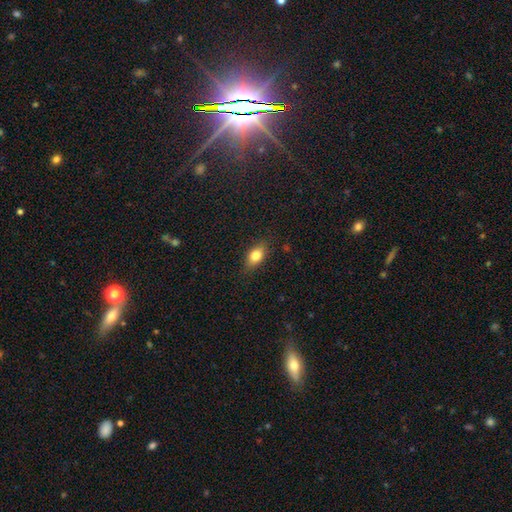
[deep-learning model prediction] Smooth or featured?
  - smooth: 78% *
  - featured or disk: 13%
  - star or artifact: 9%
How rounded?
  - in between: 81% *
  - round: 12%
  - cigar-shaped: 7%
Merging?
  - none: 83% *
  - minor disturbance: 13%
  - major disturbance: 3%
  - merger: 1%